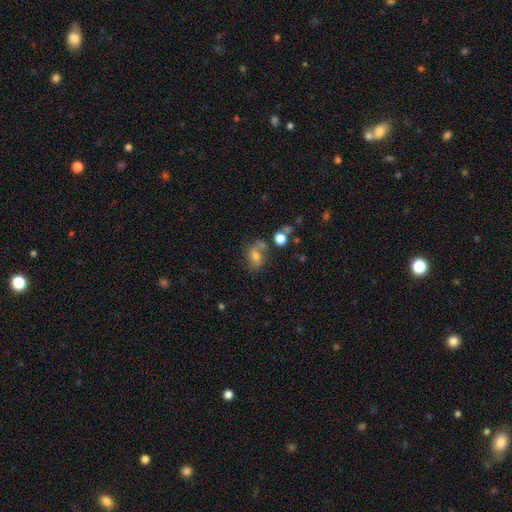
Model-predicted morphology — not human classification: This appears to be a smooth galaxy with no disk features (63%) that is in between round and cigar-shaped (57%). Merging: none (56%).